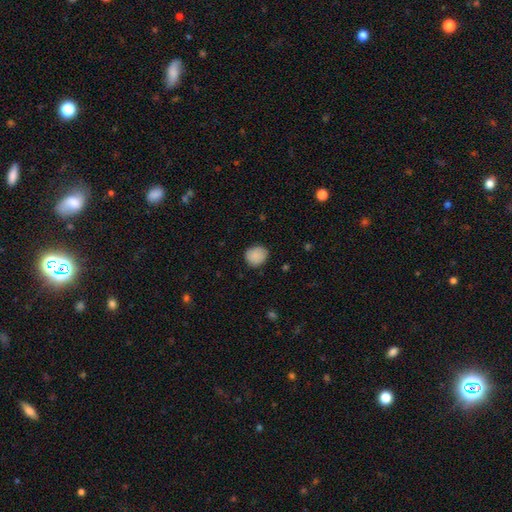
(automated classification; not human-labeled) Smooth or featured? Predicted: smooth (p=0.87). How rounded? Predicted: round (p=0.73). Merging? Predicted: none (p=0.82).